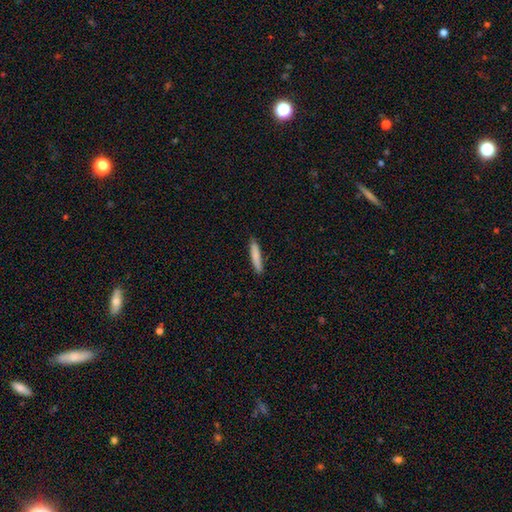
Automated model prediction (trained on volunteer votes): This is clearly a smooth galaxy (83%). How rounded: clearly cigar-shaped (91%). Merging: clearly none (89%).